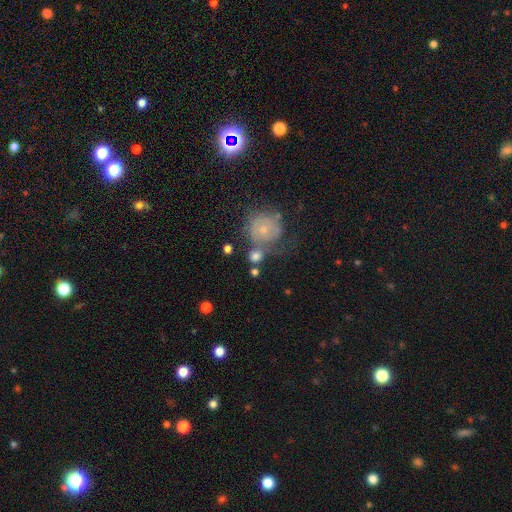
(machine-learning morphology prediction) This appears to be a smooth galaxy with no disk features (62%) that is round (85%). Merging: none (56%).